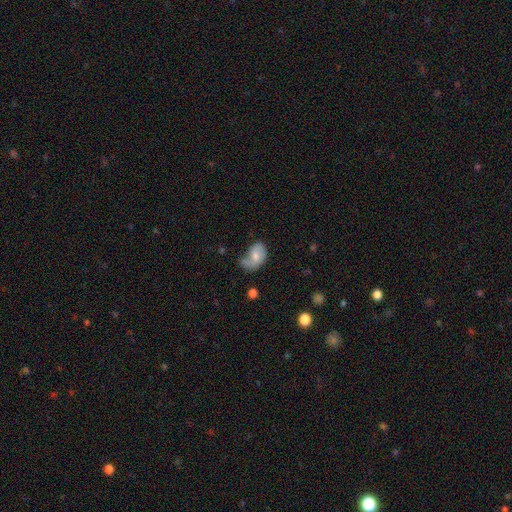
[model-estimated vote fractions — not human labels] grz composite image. It shows a smooth galaxy with no disk features (48%). Merging: minor disturbance (33%).